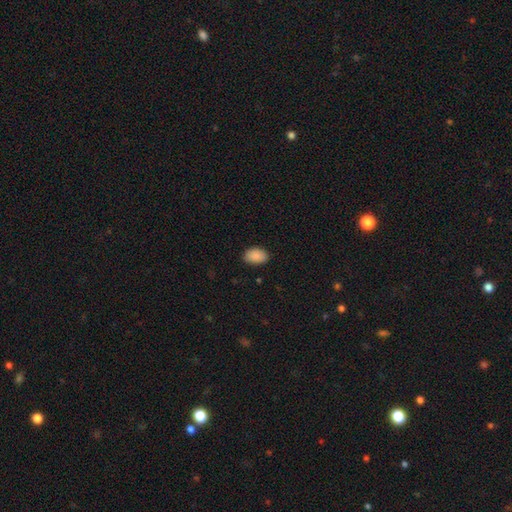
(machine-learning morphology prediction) Smooth or featured? Predicted: smooth (p=0.90). How rounded? Predicted: in between (p=0.89). Merging? Predicted: none (p=0.85).